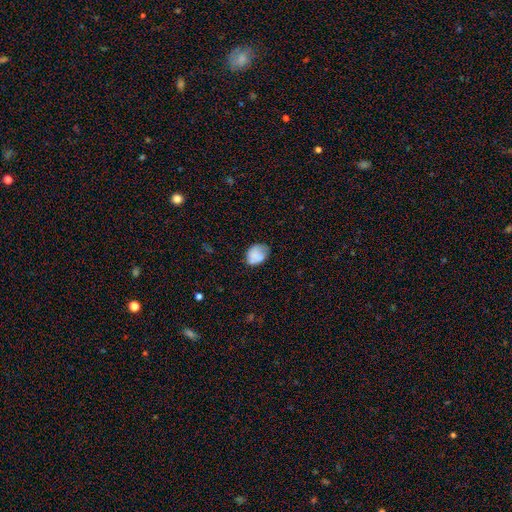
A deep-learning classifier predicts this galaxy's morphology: This appears to be a smooth galaxy with no disk features (76%) that is in between round and cigar-shaped (65%). Merging: none (56%).